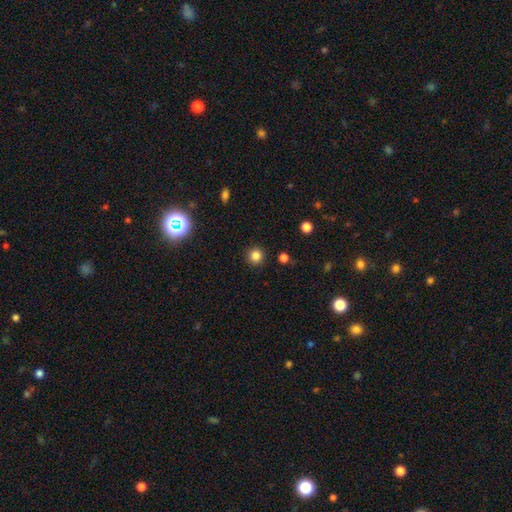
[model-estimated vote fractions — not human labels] A smooth galaxy with no disk features (83%) that is round (95%). Merging: none (91%).